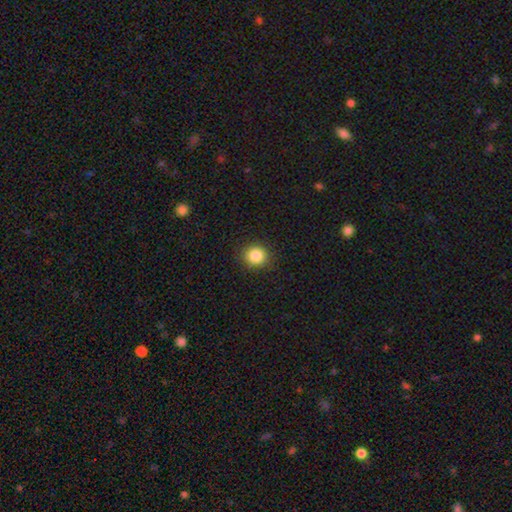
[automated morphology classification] Smooth or featured? smooth (85%)
How rounded? round (84%)
Merging? none (89%)